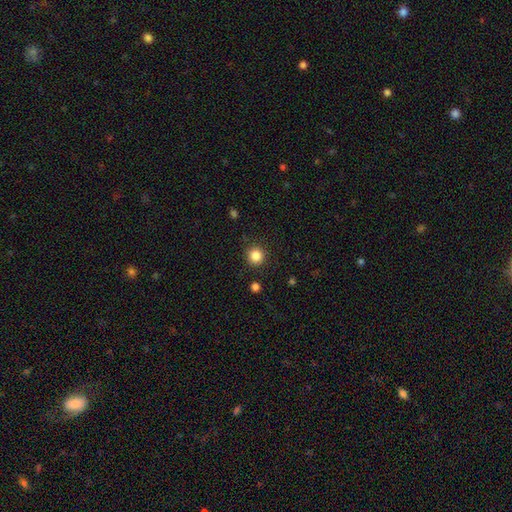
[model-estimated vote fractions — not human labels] smooth_or_featured: smooth (p=0.86) [alt: star or artifact p=0.11]
how_rounded: round (p=0.94) [alt: in between p=0.05]
merging: none (p=0.90) [alt: minor disturbance p=0.06]